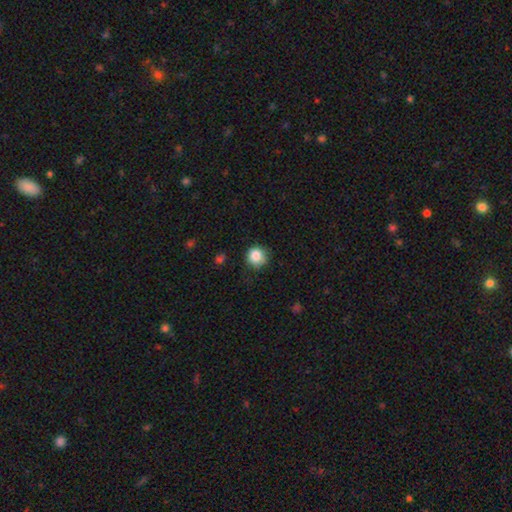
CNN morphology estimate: Smooth or featured? Predicted: smooth (p=0.85). How rounded? Predicted: round (p=0.92). Merging? Predicted: none (p=0.77).